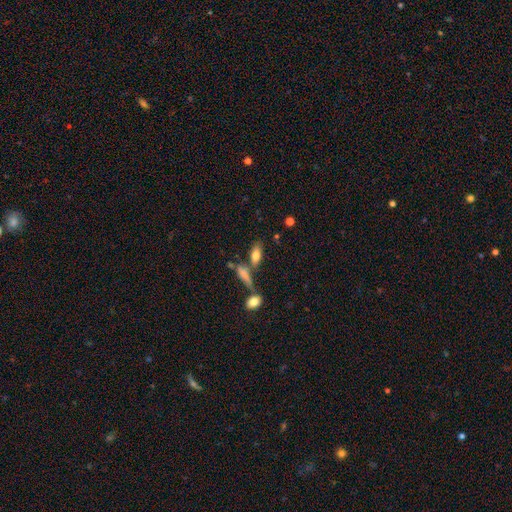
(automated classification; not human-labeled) A smooth galaxy with no disk features (73%) that is in between round and cigar-shaped (74%).

Vote fractions:
- Smooth or featured? smooth: 73% / featured or disk: 18% / star or artifact: 9%
- How rounded? in between: 74% / cigar-shaped: 23% / round: 3%
- Merging? none: 57% / merger: 25% / minor disturbance: 13% / major disturbance: 5%